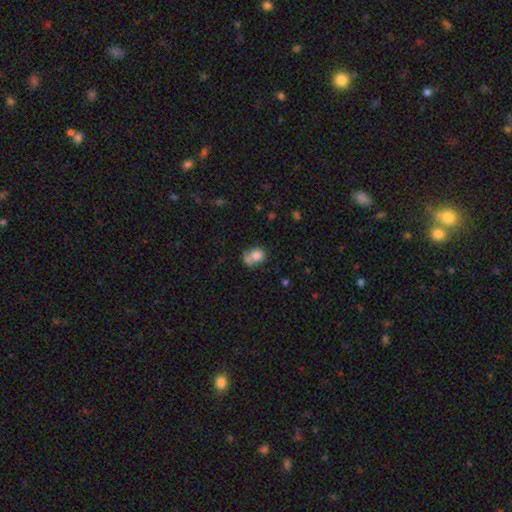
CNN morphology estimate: This appears to be a smooth galaxy with no disk features (78%) that is round (60%). Merging: merger (39%).